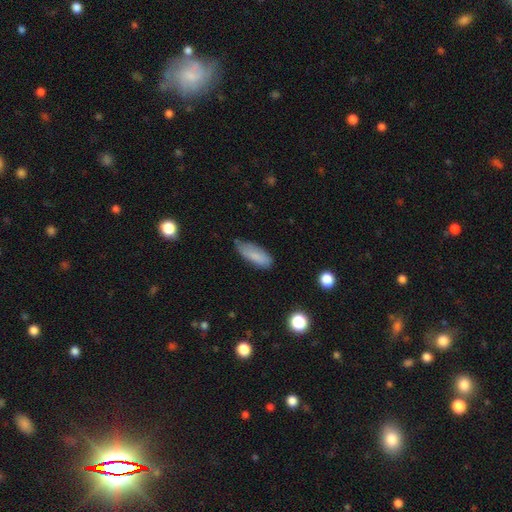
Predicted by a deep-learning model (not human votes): This is clearly a smooth galaxy (82%). How rounded: likely in between (69%). Merging: likely none (65%).